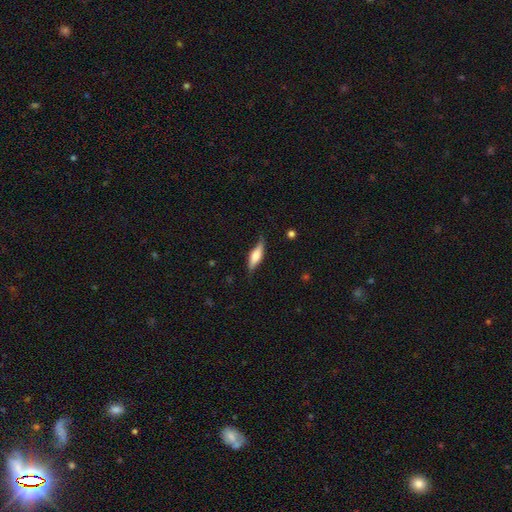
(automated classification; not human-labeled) Smooth or featured: smooth — 47% (tied with featured or disk — 47%)
Merging: none — 70% (minor disturbance — 23%)